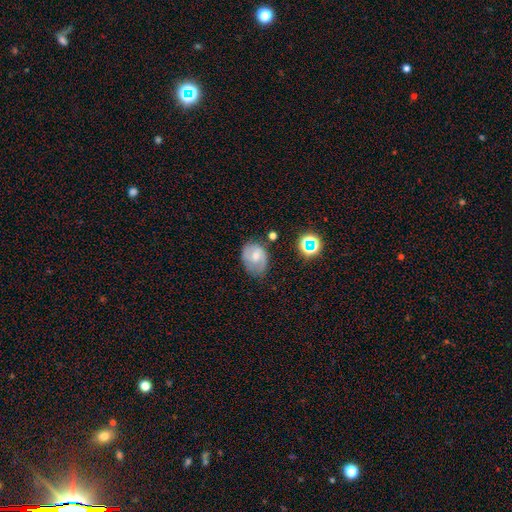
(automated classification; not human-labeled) Smooth or featured? Predicted: smooth (p=0.45). Merging? Predicted: none (p=0.57).